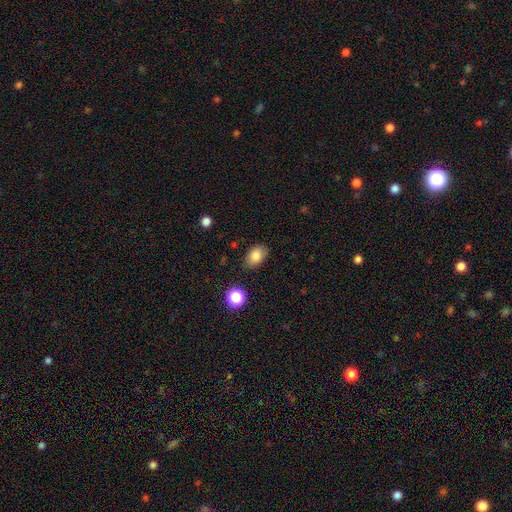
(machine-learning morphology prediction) type=smooth (84%); roundness=in between (82%); merging=none (83%).